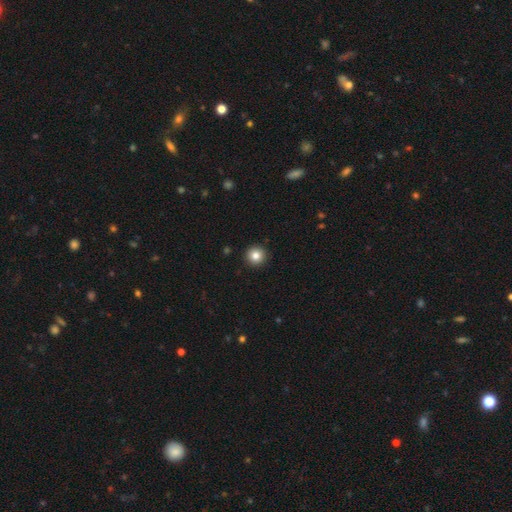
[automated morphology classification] Smooth or featured?
  - smooth: 83% *
  - star or artifact: 11%
  - featured or disk: 7%
How rounded?
  - round: 95% *
  - in between: 4%
  - cigar-shaped: 1%
Merging?
  - none: 93% *
  - minor disturbance: 5%
  - major disturbance: 1%
  - merger: 1%